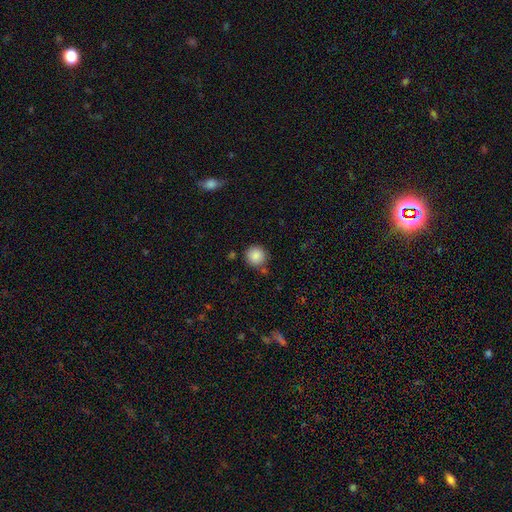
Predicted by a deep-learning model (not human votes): Overall: smooth (88%). How rounded: round (94%). Merging: none (83%).